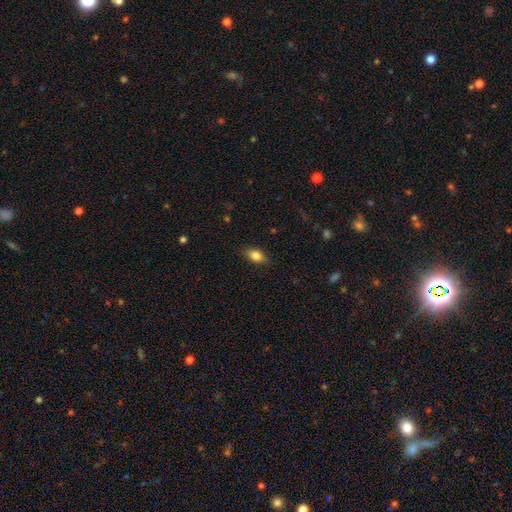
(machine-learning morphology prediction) Smooth or featured? Predicted: smooth (p=0.84). How rounded? Predicted: in between (p=0.83). Merging? Predicted: none (p=0.84).